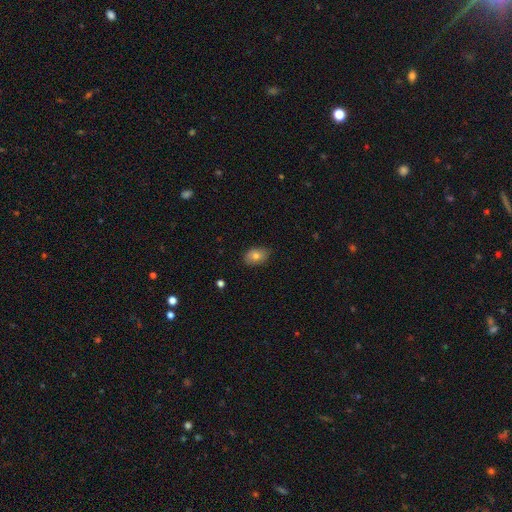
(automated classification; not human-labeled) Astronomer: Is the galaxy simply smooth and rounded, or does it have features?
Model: smooth — 77%.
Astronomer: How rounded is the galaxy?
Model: in between — 81%.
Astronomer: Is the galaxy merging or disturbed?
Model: none — 80%.